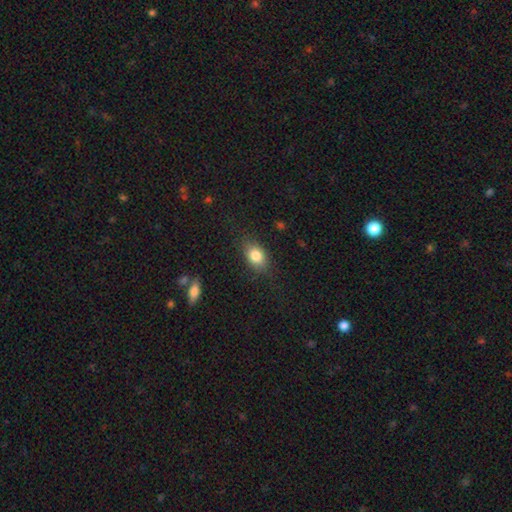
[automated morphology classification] This is clearly a smooth galaxy (81%). How rounded: likely in between (74%). Merging: likely none (79%).